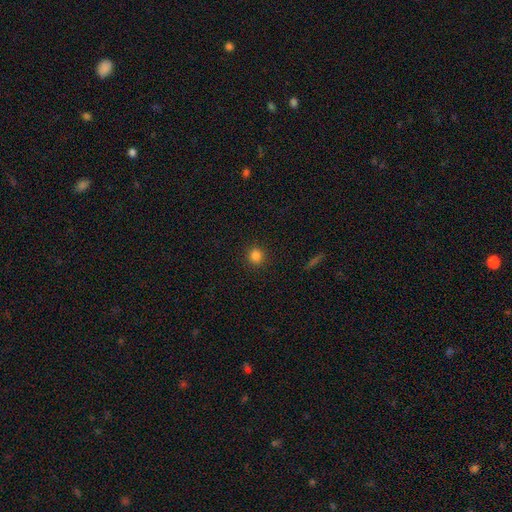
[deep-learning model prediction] This is clearly a smooth galaxy (83%). How rounded: clearly round (90%). Merging: clearly none (91%).